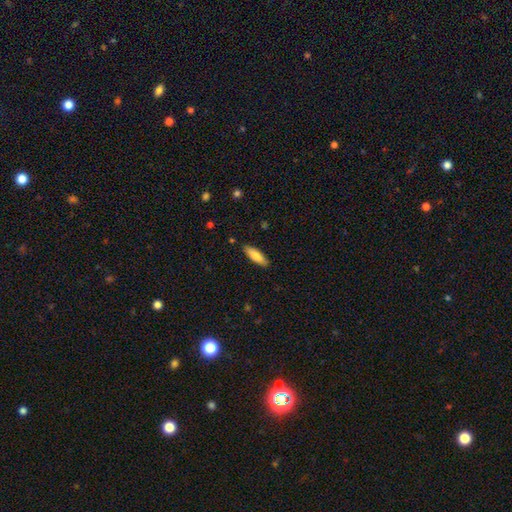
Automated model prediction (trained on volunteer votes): Morphology: type=smooth (78%); roundness=in between (49%, tied with cigar-shaped); merging=none (88%).